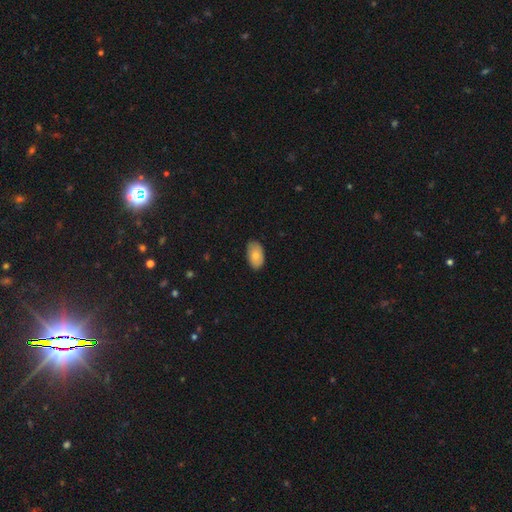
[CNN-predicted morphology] Smooth or featured?
  - smooth: 75% *
  - featured or disk: 18%
  - star or artifact: 7%
How rounded?
  - in between: 93% *
  - round: 6%
  - cigar-shaped: 1%
Merging?
  - none: 82% *
  - minor disturbance: 14%
  - major disturbance: 2%
  - merger: 1%